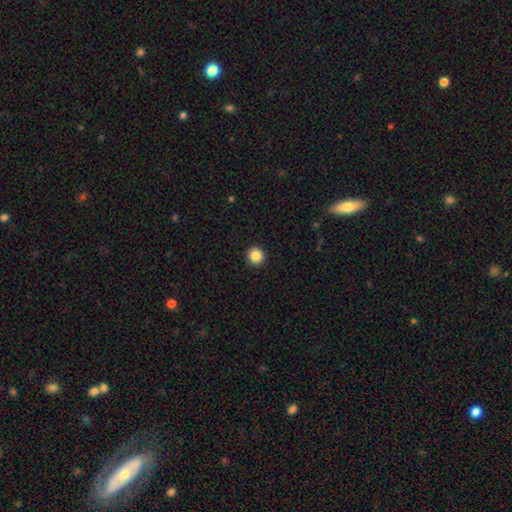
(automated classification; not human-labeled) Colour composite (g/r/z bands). It shows a smooth galaxy with no disk features (86%) that is round (92%). Merging: none (93%).